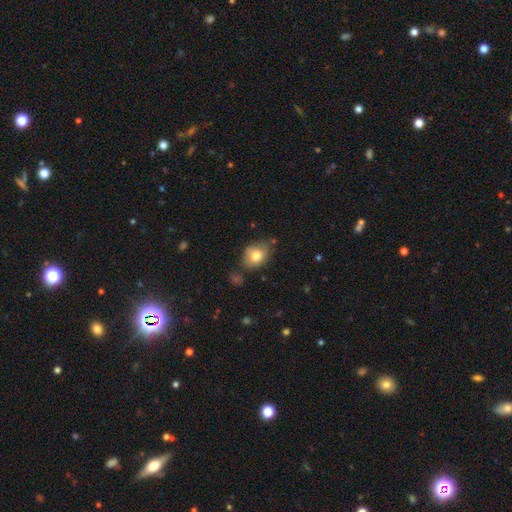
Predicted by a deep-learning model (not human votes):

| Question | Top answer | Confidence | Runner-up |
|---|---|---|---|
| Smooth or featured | smooth | 78% | featured or disk (13%) |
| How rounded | in between | 56% | round (43%) |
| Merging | none | 67% | minor disturbance (22%) |